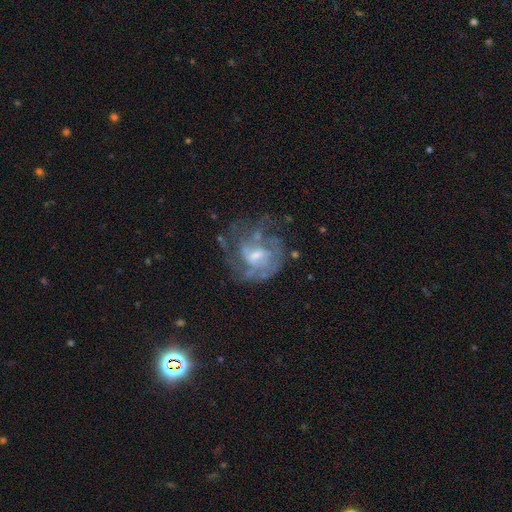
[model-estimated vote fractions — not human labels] Smooth or featured? Predicted: featured or disk (p=0.77). Edge-on disk? Predicted: no (p=0.97). Bar? Predicted: weak (p=0.49). Spiral arms? Predicted: yes (p=0.76). Spiral winding? Predicted: tight (p=0.43). Spiral arm count? Predicted: can't tell (p=0.45). Bulge size? Predicted: small (p=0.46). Merging? Predicted: none (p=0.50).